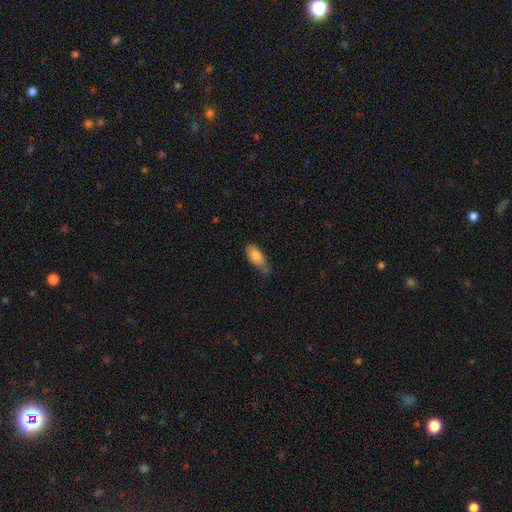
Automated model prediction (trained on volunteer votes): A smooth galaxy with no disk features (83%) that is in between round and cigar-shaped (80%).

Vote fractions:
- Smooth or featured? smooth: 83% / featured or disk: 9% / star or artifact: 7%
- How rounded? in between: 80% / cigar-shaped: 17% / round: 3%
- Merging? none: 45% / minor disturbance: 40% / major disturbance: 10% / merger: 5%